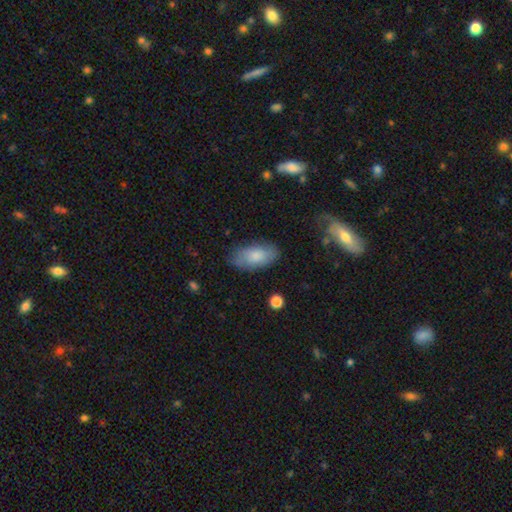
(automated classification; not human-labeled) A smooth galaxy with no disk features (78%) that is in between round and cigar-shaped (92%).

Vote fractions:
- Smooth or featured? smooth: 78% / featured or disk: 16% / star or artifact: 6%
- How rounded? in between: 92% / cigar-shaped: 5% / round: 3%
- Merging? none: 77% / minor disturbance: 17% / major disturbance: 4% / merger: 2%